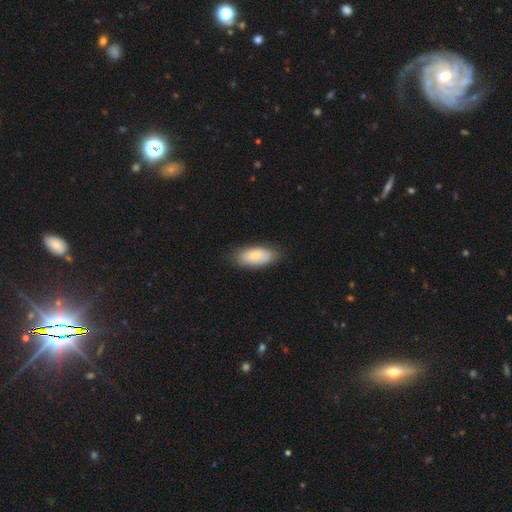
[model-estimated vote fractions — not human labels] The model was most divided on "smooth or featured": smooth: 71%, featured or disk: 23%, star or artifact: 6%. More confident: how rounded — in between (90%); merging — none (82%).